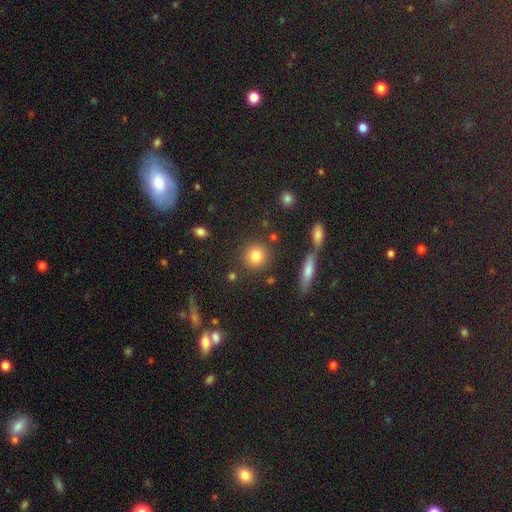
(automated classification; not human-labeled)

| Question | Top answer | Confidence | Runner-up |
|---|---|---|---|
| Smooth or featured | smooth | 81% | star or artifact (11%) |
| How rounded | round | 87% | in between (11%) |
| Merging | none | 84% | minor disturbance (8%) |